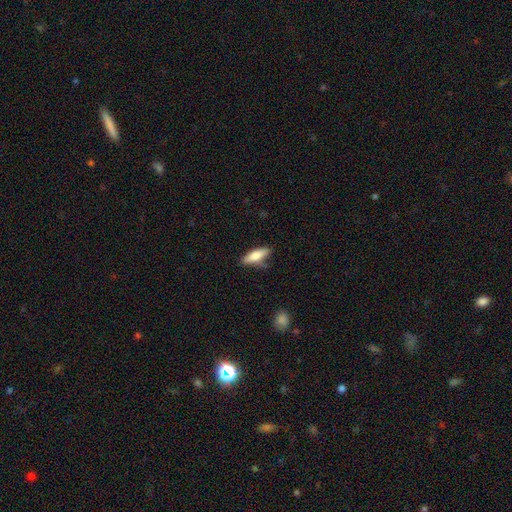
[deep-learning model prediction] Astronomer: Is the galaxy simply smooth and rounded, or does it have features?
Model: smooth — 72%.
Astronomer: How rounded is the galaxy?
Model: in between — 50% (runner-up: cigar-shaped, 48%).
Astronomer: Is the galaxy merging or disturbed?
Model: none — 73%.